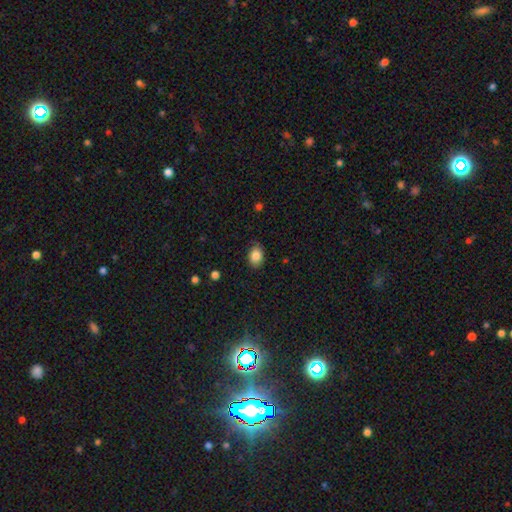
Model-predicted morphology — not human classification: Q: Smooth or featured?
A: smooth (85%); runner-up: star or artifact (8%)
Q: How rounded?
A: in between (73%); runner-up: round (26%)
Q: Merging?
A: none (81%); runner-up: minor disturbance (15%)